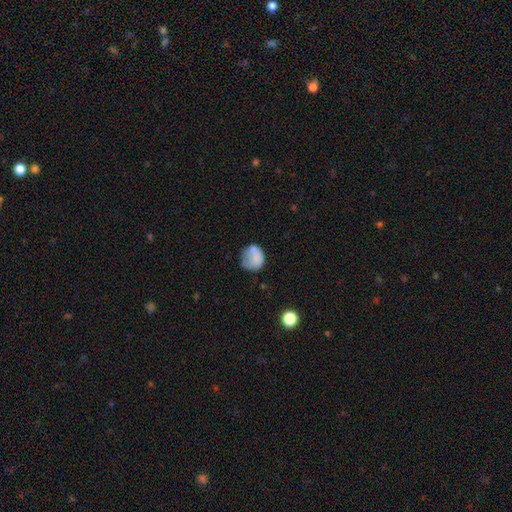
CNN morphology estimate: Smooth or featured: smooth — 74% (featured or disk — 16%)
How rounded: round — 78% (in between — 21%)
Merging: none — 48% (minor disturbance — 29%)